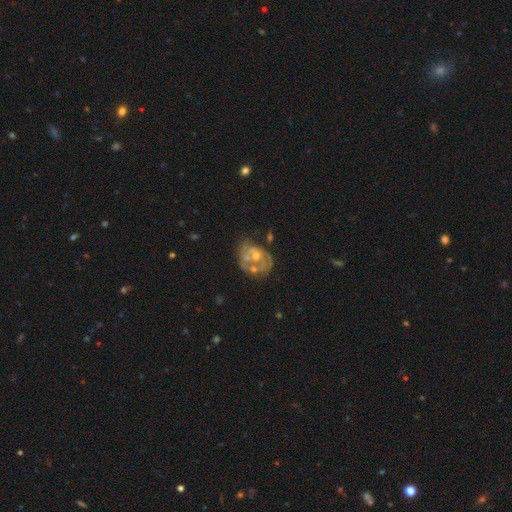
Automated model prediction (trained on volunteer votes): The model was most divided on "bulge size": moderate: 47%, small: 44%, none: 6%, large: 2%, dominant: 1%. Remaining: edge-on disk — no (98%); bar — no (81%); smooth or featured — featured or disk (70%); spiral arms — yes (51%); merging — none (36%).